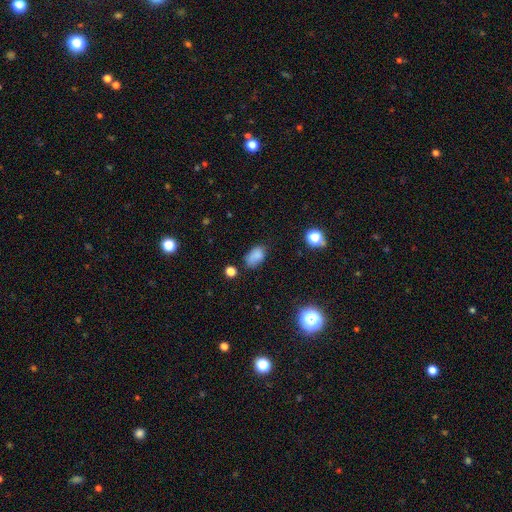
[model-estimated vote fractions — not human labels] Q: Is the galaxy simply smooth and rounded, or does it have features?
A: smooth — 81%.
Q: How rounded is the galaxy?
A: in between — 89%.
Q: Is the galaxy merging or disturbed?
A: none — 60%.